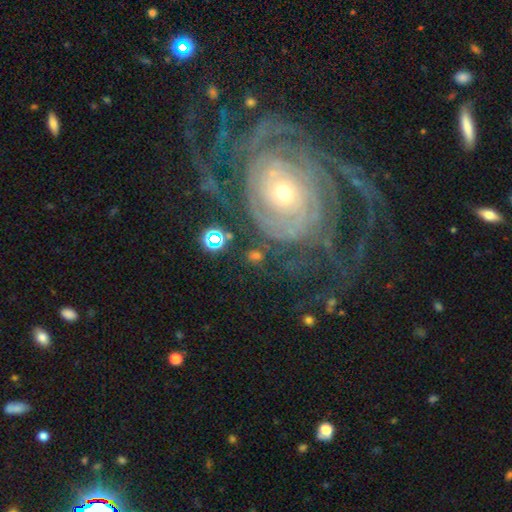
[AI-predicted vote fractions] Morphology: type=featured or disk (86%); edge-on=no (97%); bar=no (77%); spiral arms=yes (95%); winding=tight (77%); arm count=can't tell (27%); bulge=small (59%); merging=none (64%).